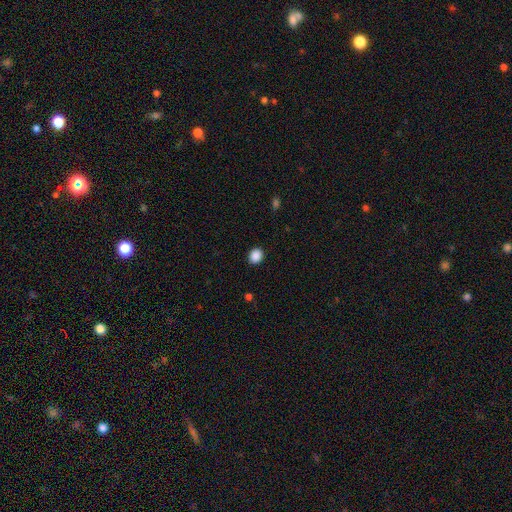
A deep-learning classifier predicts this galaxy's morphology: Smooth or featured?
  - smooth: 89% *
  - star or artifact: 9%
  - featured or disk: 2%
How rounded?
  - round: 70% *
  - in between: 29%
  - cigar-shaped: 1%
Merging?
  - none: 91% *
  - minor disturbance: 6%
  - major disturbance: 2%
  - merger: 1%